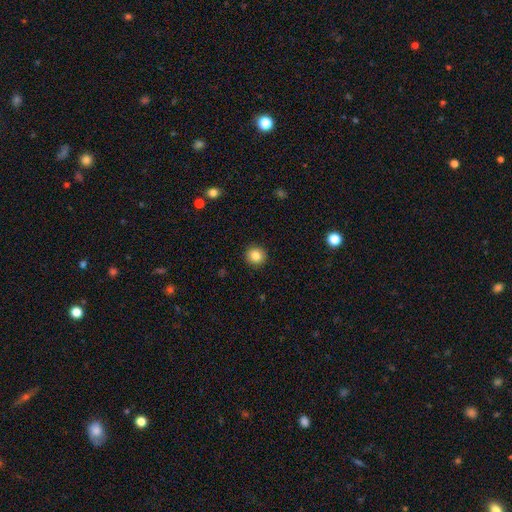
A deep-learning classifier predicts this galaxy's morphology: A smooth galaxy with no disk features (84%) that is round (93%). Merging: none (92%).